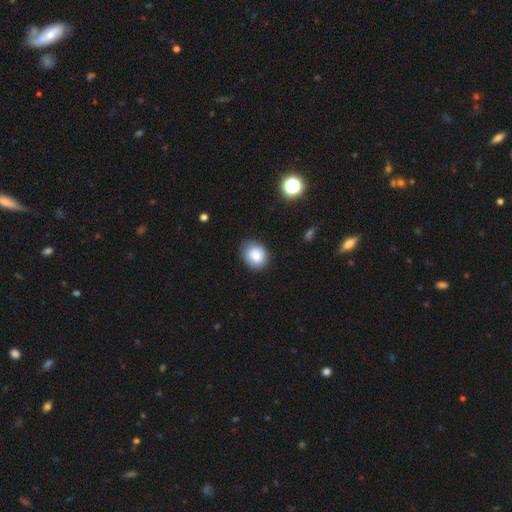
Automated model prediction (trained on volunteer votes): smooth-or-featured: smooth: 83% | star or artifact: 9% | featured or disk: 8%
  how-rounded: round: 54% | in between: 45% | cigar-shaped: 1%
  merging: none: 80% | minor disturbance: 15% | major disturbance: 3% | merger: 1%